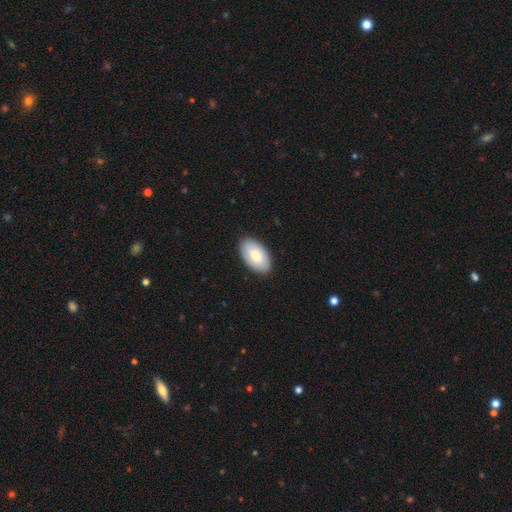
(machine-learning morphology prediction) A smooth galaxy with no disk features (78%) that is in between round and cigar-shaped (96%). Merging: none (89%).